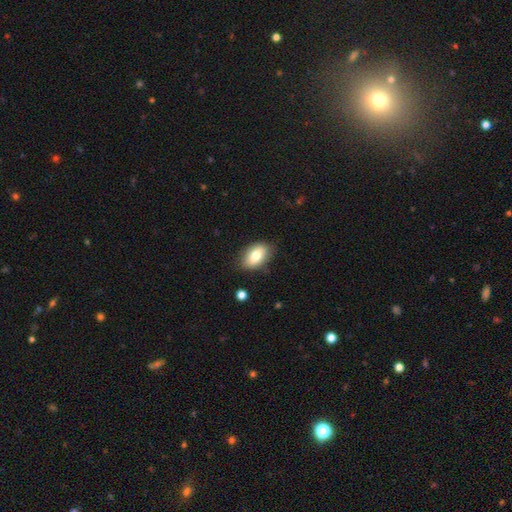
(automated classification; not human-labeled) smooth_or_featured: smooth (p=0.75) [alt: featured or disk p=0.18]
how_rounded: in between (p=0.90) [alt: round p=0.08]
merging: none (p=0.82) [alt: minor disturbance p=0.13]